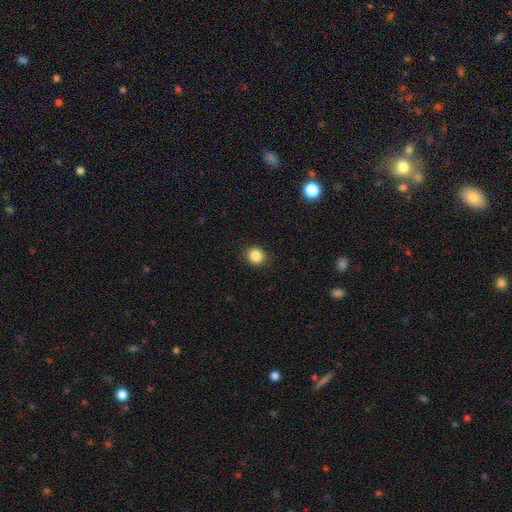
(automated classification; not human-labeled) Morphology: type=smooth (86%); roundness=round (83%); merging=none (89%).